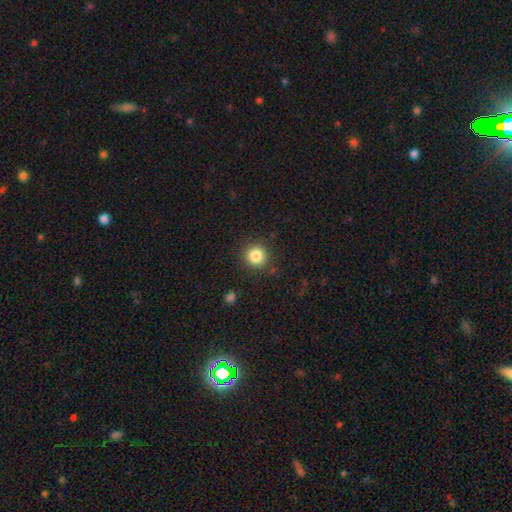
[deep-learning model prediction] Smooth or featured? smooth (85%)
How rounded? round (93%)
Merging? none (88%)